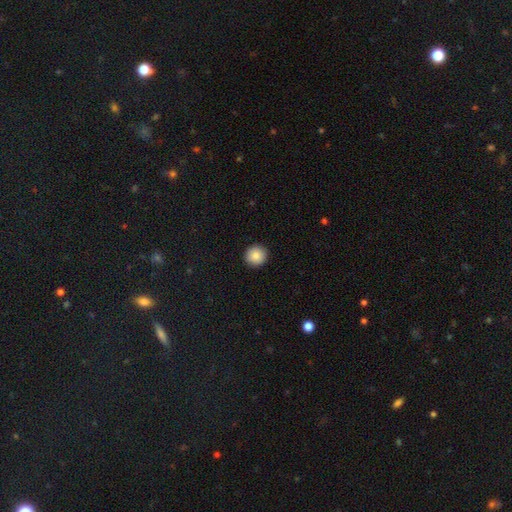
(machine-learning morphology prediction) Overall: smooth (85%). How rounded: round (92%). Merging: none (92%).